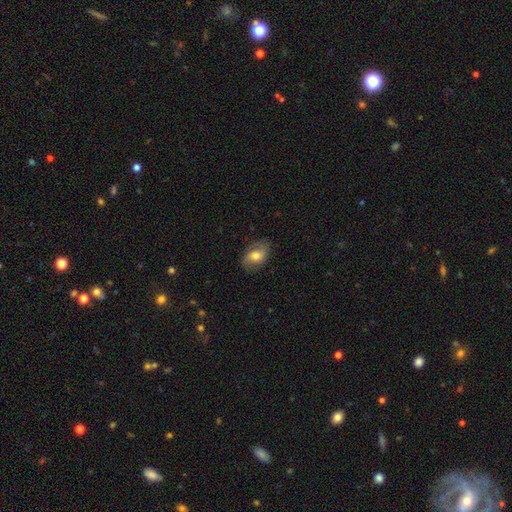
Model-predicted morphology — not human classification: smooth-or-featured: smooth: 53% | featured or disk: 39% | star or artifact: 8%
  how-rounded: in between: 82% | round: 16% | cigar-shaped: 2%
  merging: none: 75% | minor disturbance: 18% | major disturbance: 6% | merger: 1%